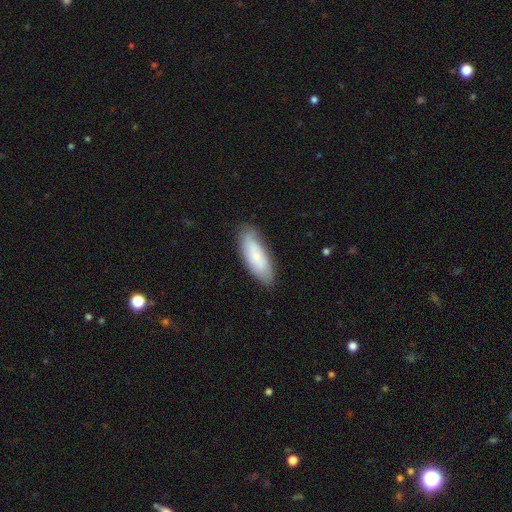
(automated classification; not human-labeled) Q: Smooth or featured?
A: smooth (70%); runner-up: featured or disk (23%)
Q: How rounded?
A: in between (63%); runner-up: cigar-shaped (35%)
Q: Merging?
A: none (81%); runner-up: minor disturbance (15%)